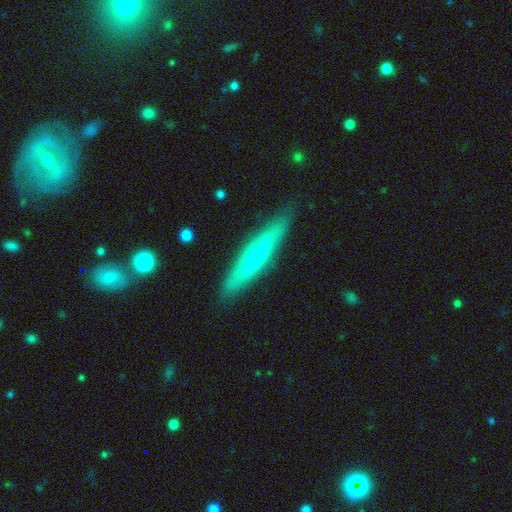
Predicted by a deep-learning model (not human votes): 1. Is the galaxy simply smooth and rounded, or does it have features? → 59% featured or disk, 34% smooth, 6% star or artifact.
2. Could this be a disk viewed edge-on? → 87% yes, 13% no.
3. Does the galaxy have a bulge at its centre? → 78% rounded, 19% none, 3% boxy.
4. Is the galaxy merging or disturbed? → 87% none, 9% minor disturbance, 2% major disturbance, 1% merger.